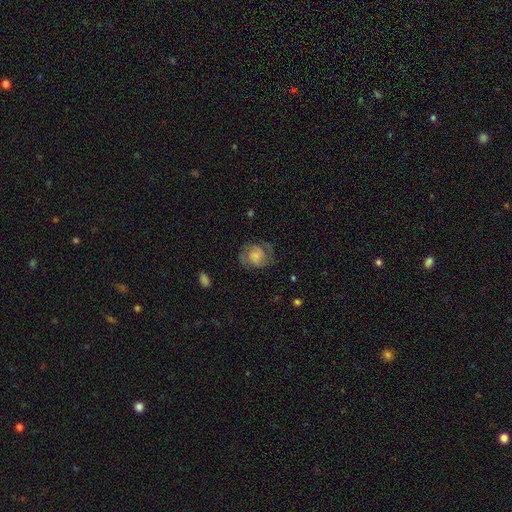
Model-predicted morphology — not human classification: Smooth or featured? Predicted: featured or disk (p=0.49). Merging? Predicted: none (p=0.62).